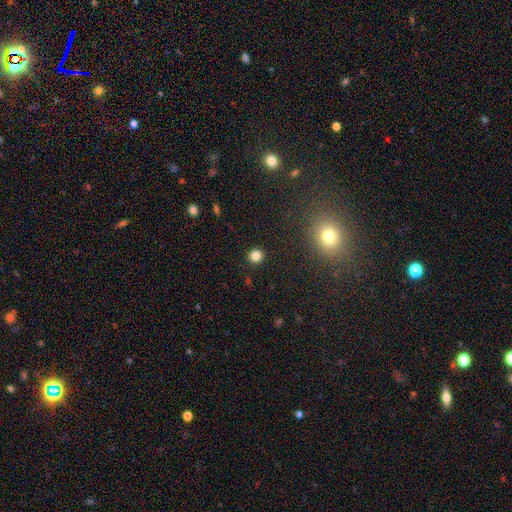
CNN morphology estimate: A smooth galaxy with no disk features (83%) that is round (89%).

Vote fractions:
- Smooth or featured? smooth: 83% / star or artifact: 13% / featured or disk: 4%
- How rounded? round: 89% / in between: 10% / cigar-shaped: 1%
- Merging? none: 91% / minor disturbance: 5% / major disturbance: 2% / merger: 1%